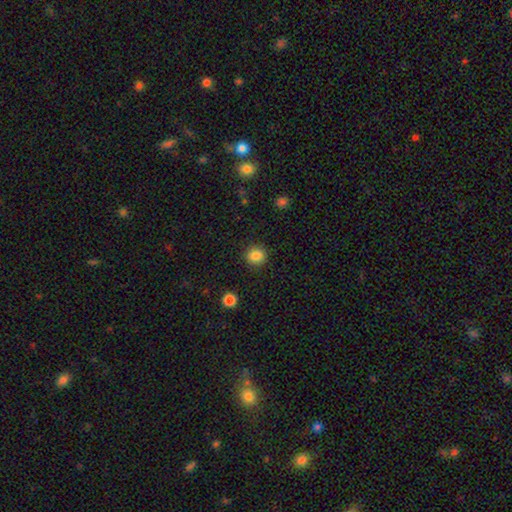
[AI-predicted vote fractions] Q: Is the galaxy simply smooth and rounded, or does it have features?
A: smooth — 85%.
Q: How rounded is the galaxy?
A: round — 84%.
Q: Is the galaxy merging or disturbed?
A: none — 90%.